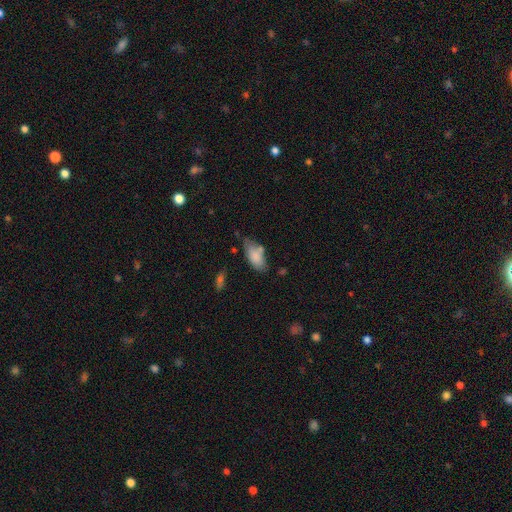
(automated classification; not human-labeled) smooth_or_featured: smooth (p=0.82) [alt: featured or disk p=0.10]
how_rounded: in between (p=0.90) [alt: cigar-shaped p=0.07]
merging: none (p=0.54) [alt: minor disturbance p=0.28]